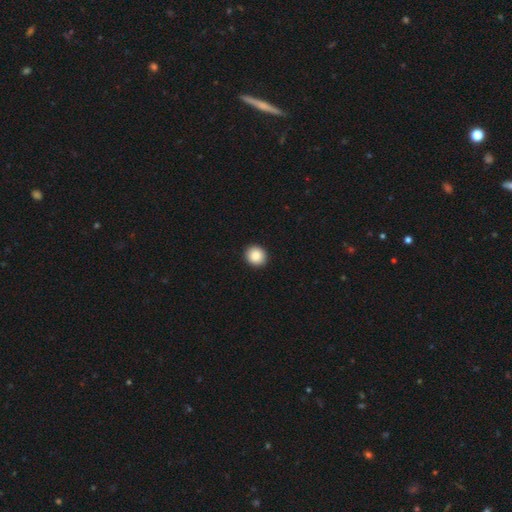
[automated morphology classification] Smooth or featured: smooth — 88% (star or artifact — 8%)
How rounded: round — 86% (in between — 13%)
Merging: none — 93% (minor disturbance — 5%)